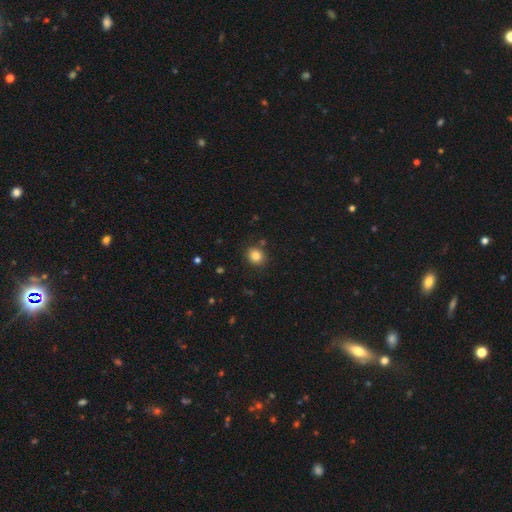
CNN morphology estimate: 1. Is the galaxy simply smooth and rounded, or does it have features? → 83% smooth, 11% star or artifact, 6% featured or disk.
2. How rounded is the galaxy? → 75% round, 24% in between, 1% cigar-shaped.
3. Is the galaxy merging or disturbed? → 84% none, 9% minor disturbance, 4% merger, 3% major disturbance.